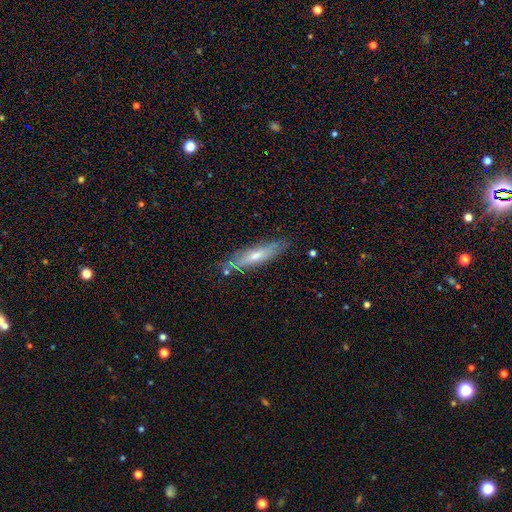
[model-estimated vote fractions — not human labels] The model was most divided on "smooth or featured": featured or disk: 50%, smooth: 43%, star or artifact: 7%. More confident: merging — none (79%).